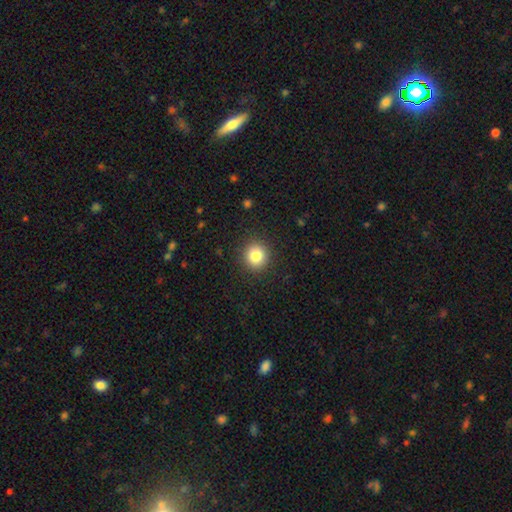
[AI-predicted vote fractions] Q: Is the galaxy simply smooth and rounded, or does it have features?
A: smooth — 83%.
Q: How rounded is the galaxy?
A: round — 91%.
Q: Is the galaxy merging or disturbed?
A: none — 91%.